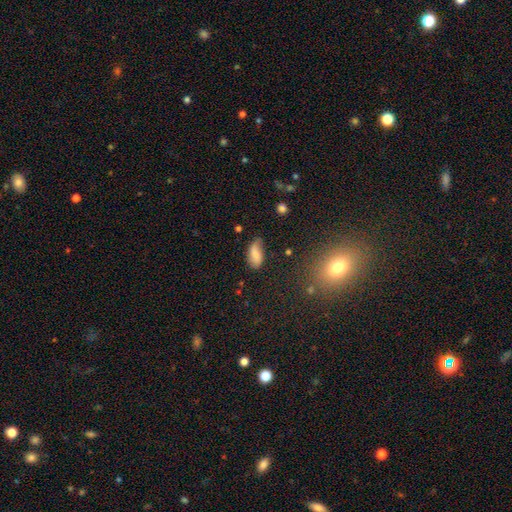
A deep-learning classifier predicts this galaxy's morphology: smooth-or-featured: smooth: 70% | featured or disk: 20% | star or artifact: 9%
  how-rounded: in between: 91% | cigar-shaped: 6% | round: 3%
  merging: none: 52% | minor disturbance: 35% | major disturbance: 11% | merger: 3%